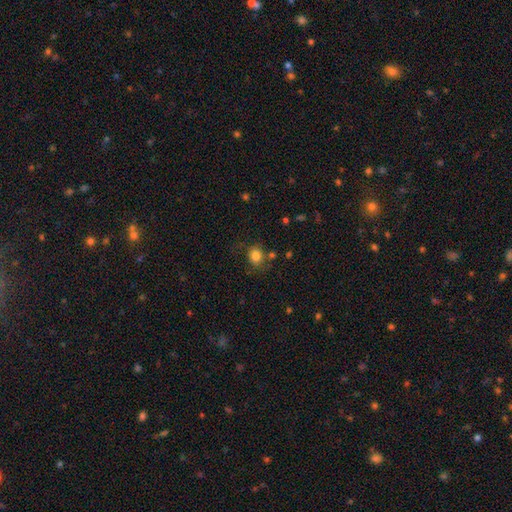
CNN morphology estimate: A smooth galaxy with no disk features (81%) that is round (71%). Merging: none (71%).